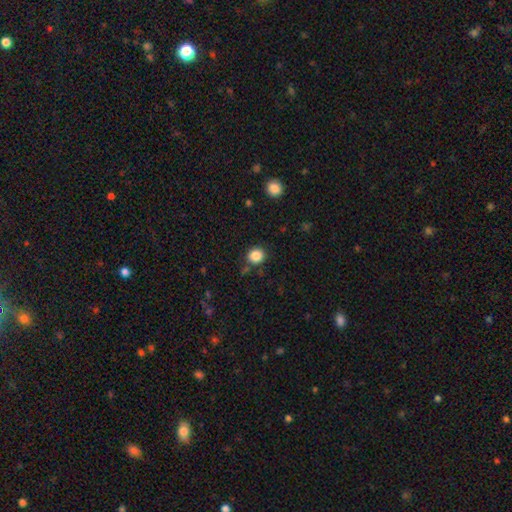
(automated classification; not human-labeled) The model was most divided on "how rounded": round: 85%, in between: 14%, cigar-shaped: 1%. More confident: smooth or featured — smooth (86%); merging — none (83%).